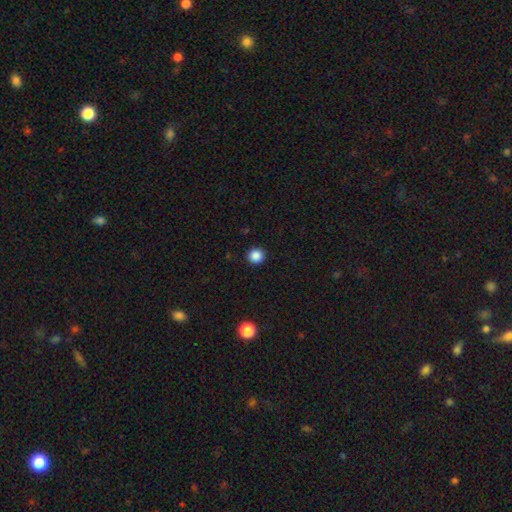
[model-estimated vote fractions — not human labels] smooth_or_featured: smooth (p=0.87) [alt: star or artifact p=0.11]
how_rounded: round (p=0.95) [alt: in between p=0.04]
merging: none (p=0.93) [alt: minor disturbance p=0.04]